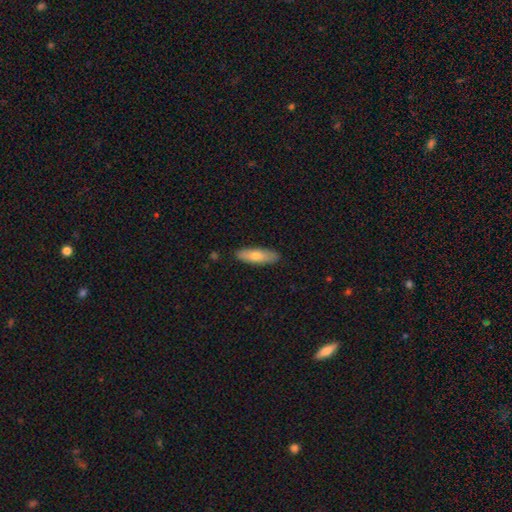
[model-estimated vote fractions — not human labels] smooth-or-featured: smooth: 73% | featured or disk: 21% | star or artifact: 6%
  how-rounded: cigar-shaped: 51% | in between: 47% | round: 2%
  merging: none: 88% | minor disturbance: 9% | major disturbance: 2% | merger: 1%